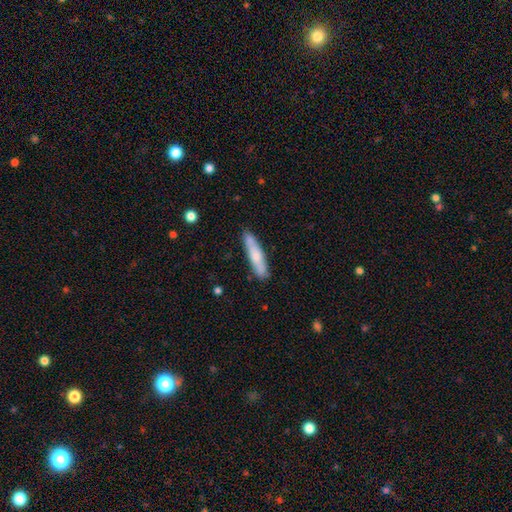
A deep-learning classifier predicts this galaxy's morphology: Smooth or featured? Predicted: smooth (p=0.64). How rounded? Predicted: cigar-shaped (p=0.84). Merging? Predicted: none (p=0.81).